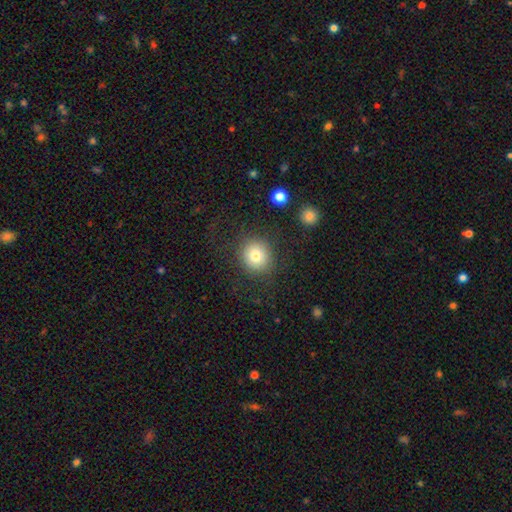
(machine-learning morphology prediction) A smooth galaxy with no disk features (79%) that is round (88%).

Vote fractions:
- Smooth or featured? smooth: 79% / star or artifact: 11% / featured or disk: 11%
- How rounded? round: 88% / in between: 11% / cigar-shaped: 1%
- Merging? none: 84% / minor disturbance: 9% / major disturbance: 6% / merger: 2%